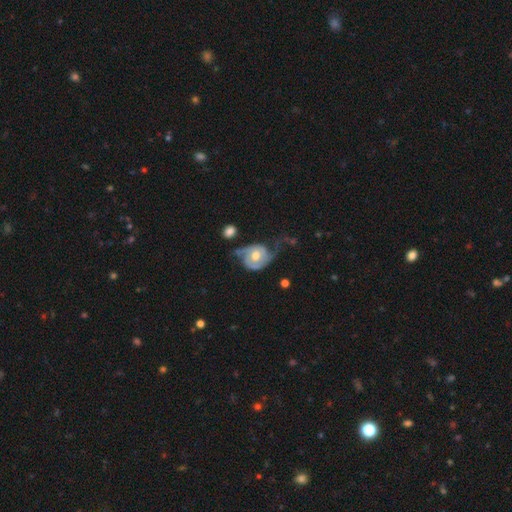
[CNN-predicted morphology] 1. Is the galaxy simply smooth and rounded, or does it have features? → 78% featured or disk, 17% smooth, 5% star or artifact.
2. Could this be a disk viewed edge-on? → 97% no, 3% yes.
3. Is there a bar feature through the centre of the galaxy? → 68% no, 26% weak, 6% strong.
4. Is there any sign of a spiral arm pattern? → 89% yes, 11% no.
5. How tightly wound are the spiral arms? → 40% tight, 38% medium, 22% loose.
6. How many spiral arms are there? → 74% 2, 11% 1, 9% can't tell, 3% 3, 1% 4, 1% more than 4.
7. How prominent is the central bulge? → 72% moderate, 14% large, 11% small, 2% none, 1% dominant.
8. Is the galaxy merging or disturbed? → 36% none, 31% major disturbance, 27% minor disturbance, 6% merger.